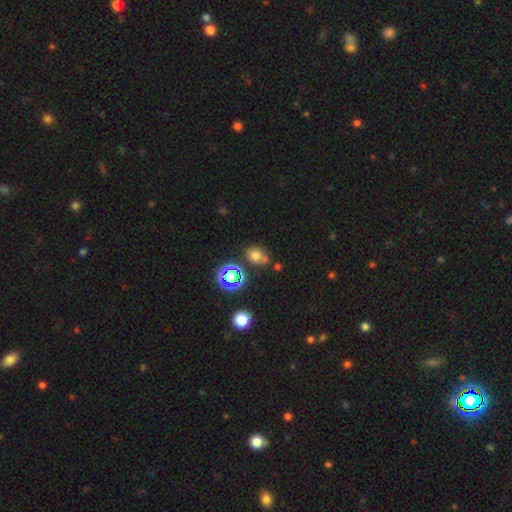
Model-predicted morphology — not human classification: Overall: smooth (64%; star or artifact 27%). How rounded: round (60%; in between 39%). Merging: none (65%).